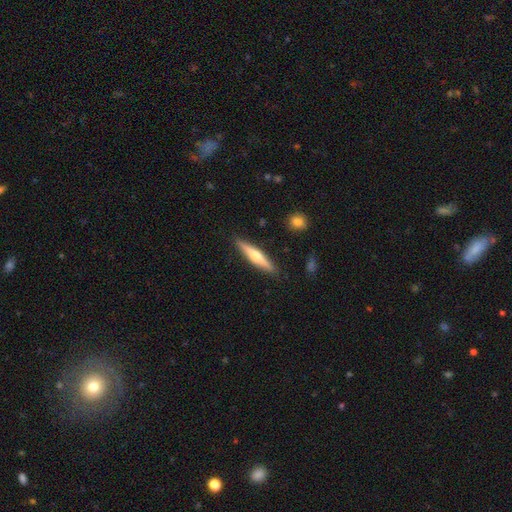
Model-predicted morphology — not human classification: The model was most divided on "smooth or featured": featured or disk: 53%, smooth: 42%, star or artifact: 5%. More confident: edge-on disk — yes (96%); merging — none (89%); edge-on bulge — rounded (85%).